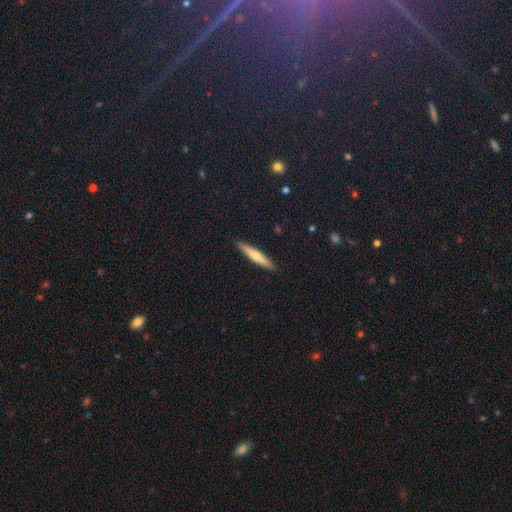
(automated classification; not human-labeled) featured or disk 48%, smooth 46%, star or artifact 6%. Down the decision tree: merging — none (91%).